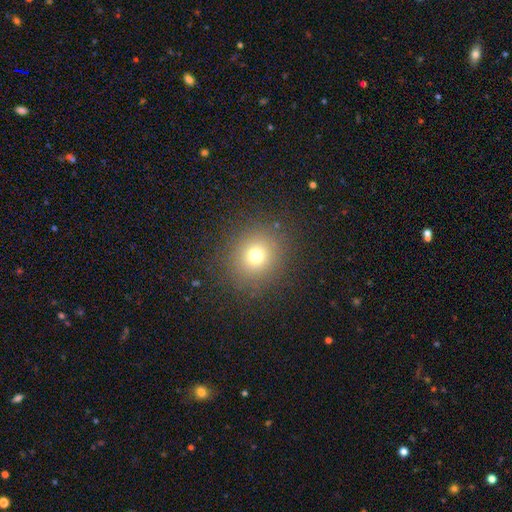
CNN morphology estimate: This is likely a smooth galaxy (72%). How rounded: clearly round (85%). Merging: clearly none (86%).